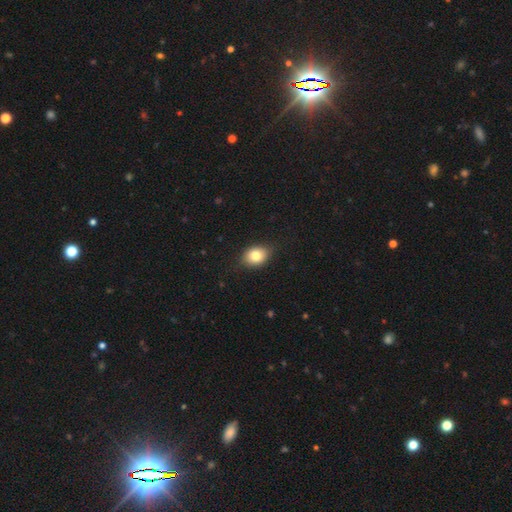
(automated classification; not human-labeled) smooth_or_featured: smooth (p=0.79) [alt: featured or disk p=0.11]
how_rounded: in between (p=0.59) [alt: round p=0.40]
merging: none (p=0.82) [alt: minor disturbance p=0.14]